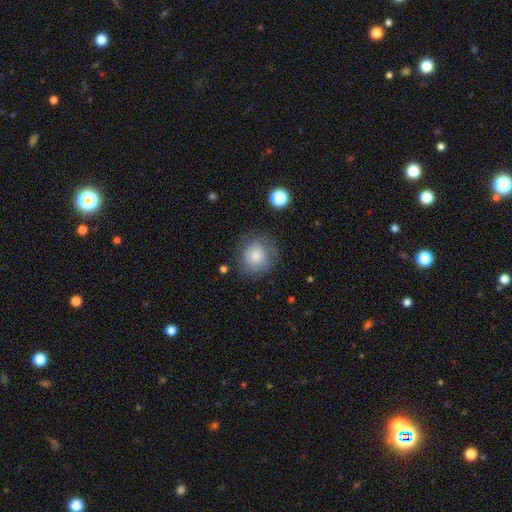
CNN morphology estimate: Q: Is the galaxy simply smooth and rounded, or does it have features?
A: smooth — 81%.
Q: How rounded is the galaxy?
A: round — 90%.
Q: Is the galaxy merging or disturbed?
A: none — 77%.